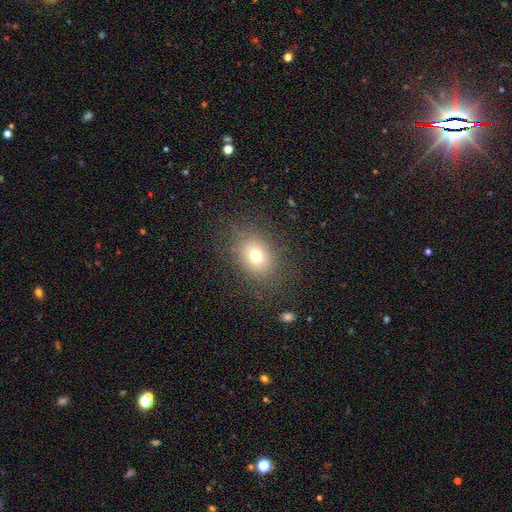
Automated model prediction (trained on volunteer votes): This is likely a smooth galaxy (72%). How rounded: possibly in between (57%). Merging: clearly none (81%).